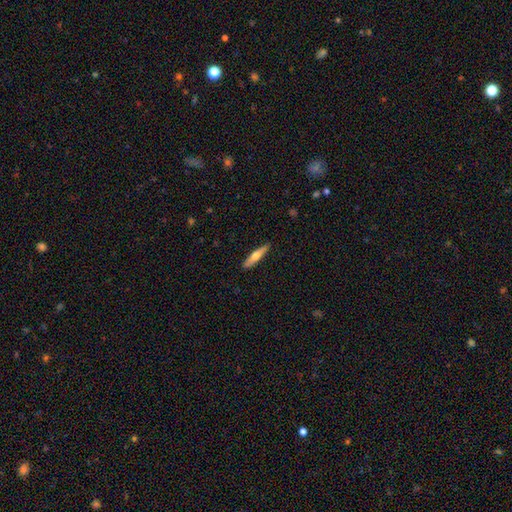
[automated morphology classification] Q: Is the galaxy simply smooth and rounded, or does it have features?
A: smooth — 50%.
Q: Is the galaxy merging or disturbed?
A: none — 90%.